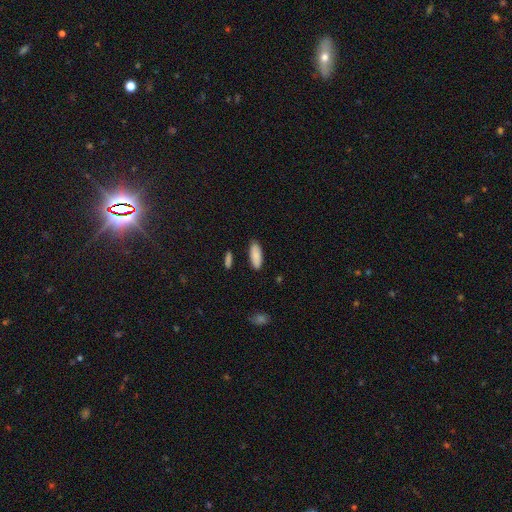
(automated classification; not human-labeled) This appears to be a smooth galaxy with no disk features (87%) that is in between round and cigar-shaped (70%). Merging: none (86%).